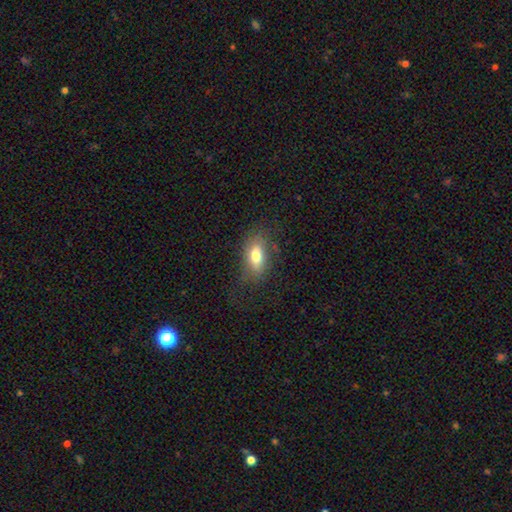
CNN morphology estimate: Smooth or featured: smooth — 73% (featured or disk — 18%)
How rounded: in between — 85% (cigar-shaped — 10%)
Merging: none — 69% (minor disturbance — 19%)